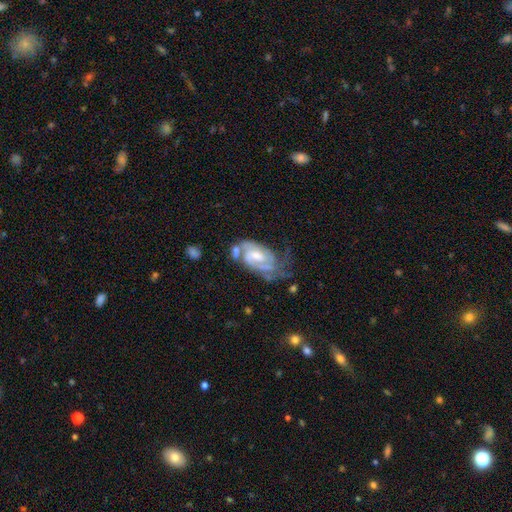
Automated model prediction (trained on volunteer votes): Smooth or featured?
  - featured or disk: 83% *
  - smooth: 11%
  - star or artifact: 6%
Edge-on disk?
  - no: 96% *
  - yes: 4%
Bar?
  - no: 45% *
  - weak: 44%
  - strong: 12%
Spiral arms?
  - yes: 94% *
  - no: 6%
Spiral winding?
  - tight: 54% *
  - medium: 36%
  - loose: 9%
Spiral arm count?
  - 2: 60% *
  - can't tell: 19%
  - 3: 10%
  - 1: 6%
  - 4: 2%
  - more than 4: 2%
Bulge size?
  - moderate: 54% *
  - small: 31%
  - large: 8%
  - none: 6%
  - dominant: 1%
Merging?
  - none: 43% *
  - minor disturbance: 26%
  - major disturbance: 20%
  - merger: 12%